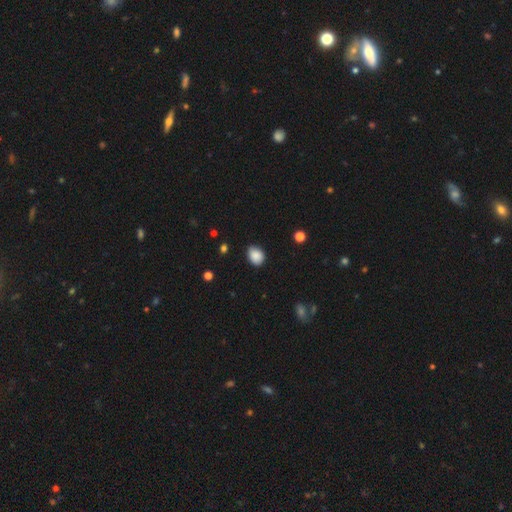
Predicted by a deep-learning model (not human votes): smooth 88%, star or artifact 8%, featured or disk 4%. Down the decision tree: how rounded — in between (58%); merging — none (81%).